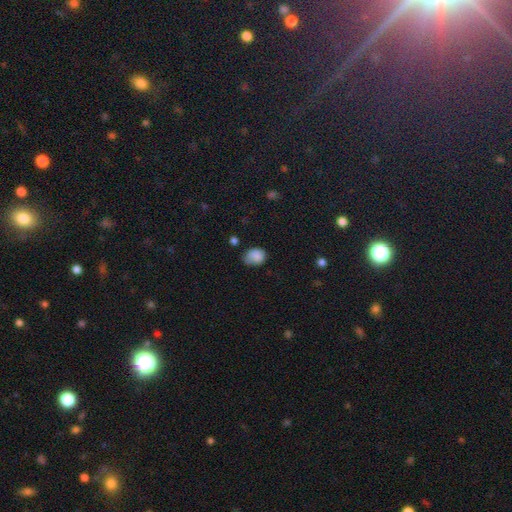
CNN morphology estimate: smooth_or_featured: smooth (p=0.84) [alt: star or artifact p=0.09]
how_rounded: in between (p=0.58) [alt: round p=0.41]
merging: none (p=0.53) [alt: minor disturbance p=0.35]